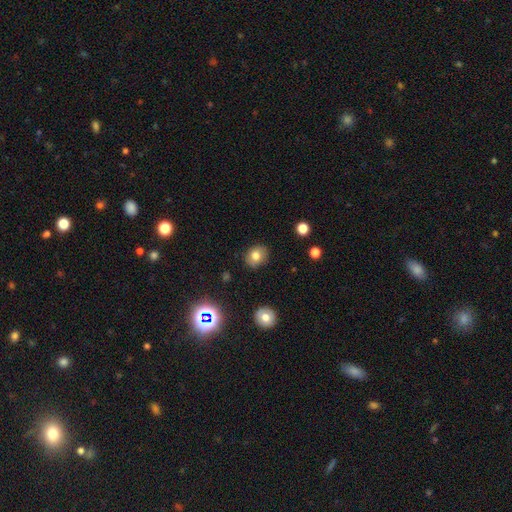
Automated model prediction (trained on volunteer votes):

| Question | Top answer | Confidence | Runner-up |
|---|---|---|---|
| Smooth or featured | smooth | 77% | star or artifact (13%) |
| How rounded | round | 57% | in between (42%) |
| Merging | none | 83% | minor disturbance (12%) |